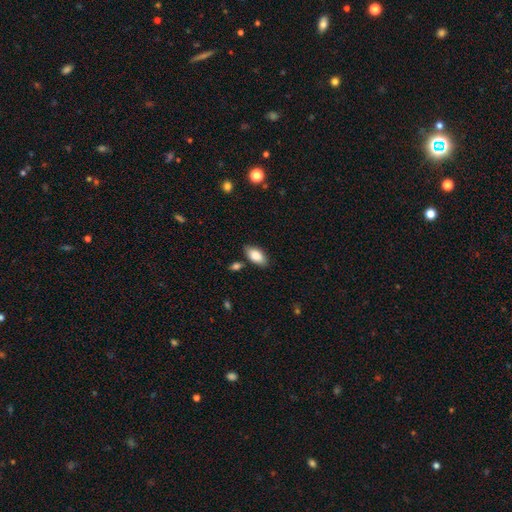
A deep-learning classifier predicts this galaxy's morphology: Overall: smooth (86%). How rounded: in between (91%). Merging: none (80%).